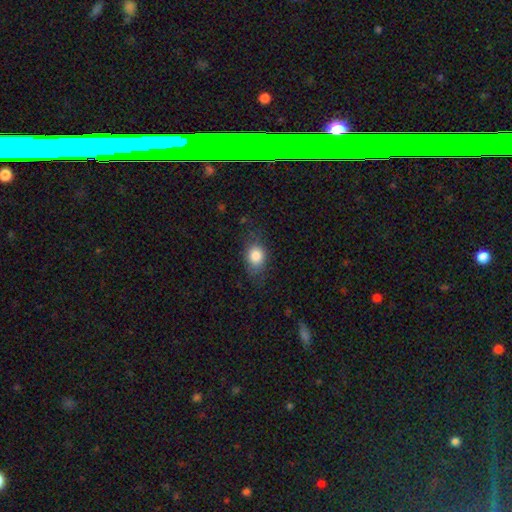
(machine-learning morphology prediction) smooth 83%, star or artifact 8%, featured or disk 8%. Down the decision tree: how rounded — in between (66%); merging — none (71%).